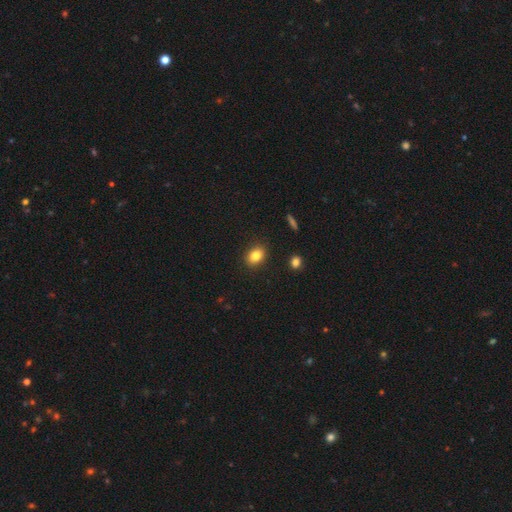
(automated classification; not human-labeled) Smooth or featured? Predicted: smooth (p=0.83). How rounded? Predicted: in between (p=0.73). Merging? Predicted: none (p=0.88).